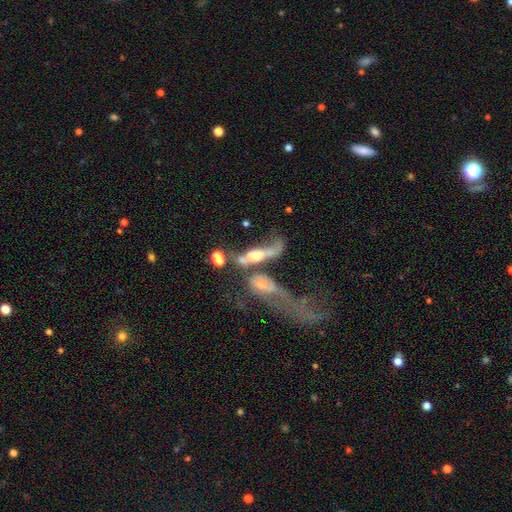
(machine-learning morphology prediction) Smooth or featured?
  - featured or disk: 52% *
  - smooth: 37%
  - star or artifact: 11%
Edge-on disk?
  - no: 67% *
  - yes: 33%
Merging?
  - merger: 62% *
  - major disturbance: 21%
  - none: 10%
  - minor disturbance: 7%